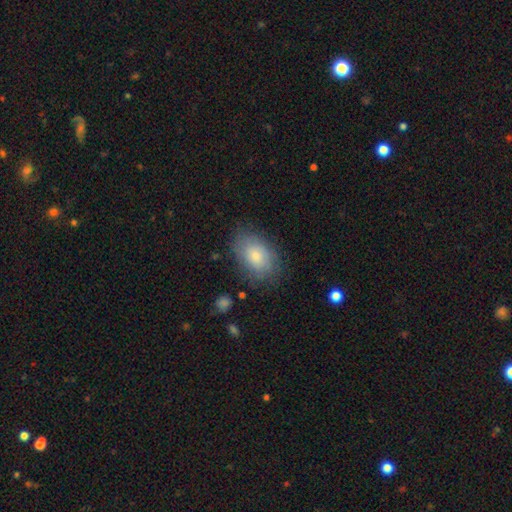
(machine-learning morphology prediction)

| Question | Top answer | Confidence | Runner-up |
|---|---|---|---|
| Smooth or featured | smooth | 74% | featured or disk (17%) |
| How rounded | in between | 87% | round (12%) |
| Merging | none | 77% | minor disturbance (16%) |